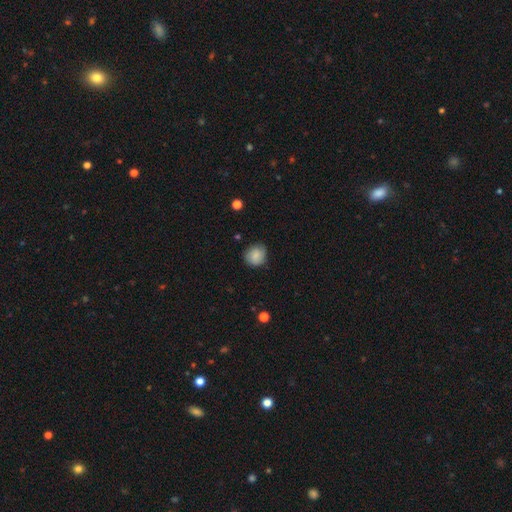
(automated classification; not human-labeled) Morphology: type=smooth (82%); roundness=round (81%); merging=none (79%).